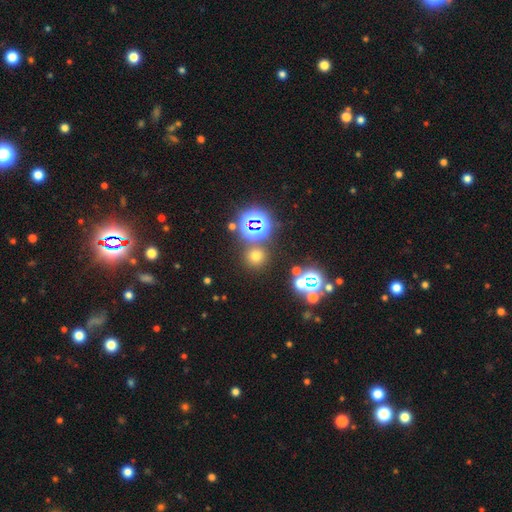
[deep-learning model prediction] Overall: smooth (58%; star or artifact 35%). How rounded: round (93%). Merging: none (82%).